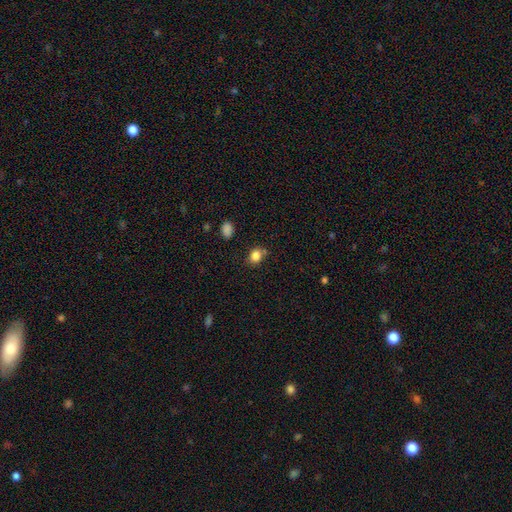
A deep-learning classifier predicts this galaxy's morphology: type=smooth (83%); roundness=round (58%); merging=none (73%).